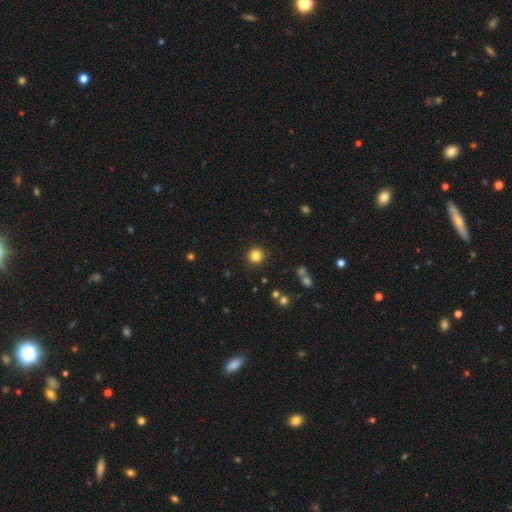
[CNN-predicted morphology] smooth 83%, star or artifact 12%, featured or disk 5%. Down the decision tree: how rounded — round (94%); merging — none (91%).